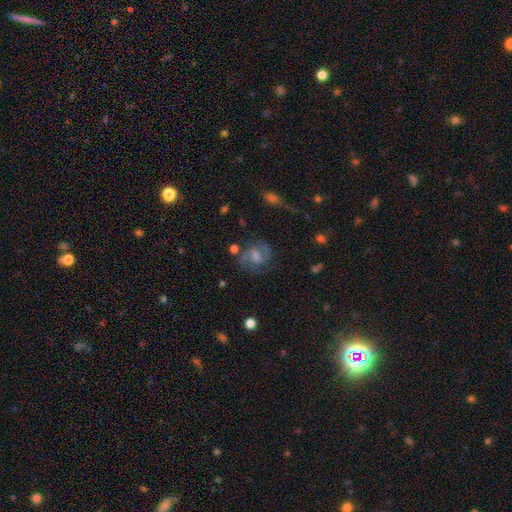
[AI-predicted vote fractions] Q: Smooth or featured?
A: featured or disk (71%); runner-up: smooth (16%)
Q: Edge-on disk?
A: no (97%); runner-up: yes (3%)
Q: Bar?
A: weak (51%); runner-up: no (34%)
Q: Spiral arms?
A: yes (92%); runner-up: no (8%)
Q: Spiral winding?
A: medium (53%); runner-up: tight (29%)
Q: Spiral arm count?
A: 2 (82%); runner-up: can't tell (9%)
Q: Bulge size?
A: moderate (43%); runner-up: small (30%)
Q: Merging?
A: none (71%); runner-up: minor disturbance (16%)